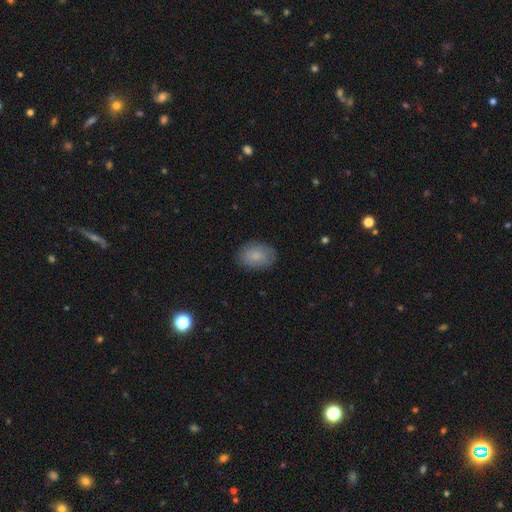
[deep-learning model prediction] A smooth galaxy with no disk features (80%) that is in between round and cigar-shaped (78%). Merging: none (82%).